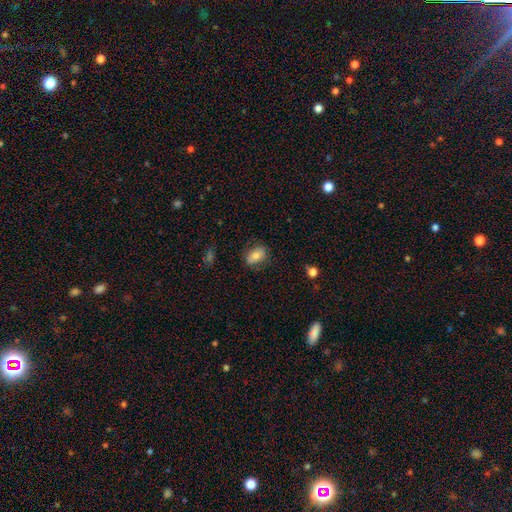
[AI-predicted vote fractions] Q: Smooth or featured?
A: smooth (73%); runner-up: featured or disk (19%)
Q: How rounded?
A: in between (84%); runner-up: round (13%)
Q: Merging?
A: none (78%); runner-up: minor disturbance (16%)